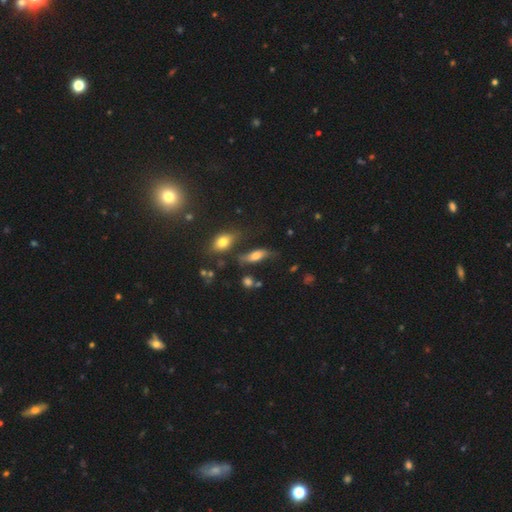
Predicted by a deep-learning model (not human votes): Smooth or featured?
  - smooth: 61% *
  - featured or disk: 28%
  - star or artifact: 11%
How rounded?
  - in between: 67% *
  - cigar-shaped: 28%
  - round: 5%
Merging?
  - none: 56% *
  - minor disturbance: 23%
  - major disturbance: 12%
  - merger: 9%